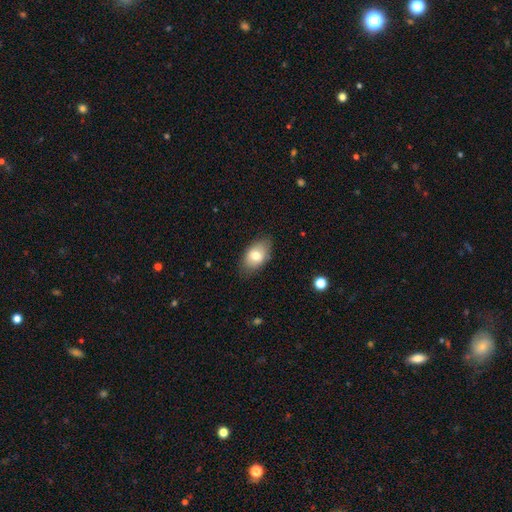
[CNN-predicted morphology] Smooth or featured: smooth — 76% (featured or disk — 17%)
How rounded: in between — 89% (round — 9%)
Merging: none — 79% (minor disturbance — 17%)